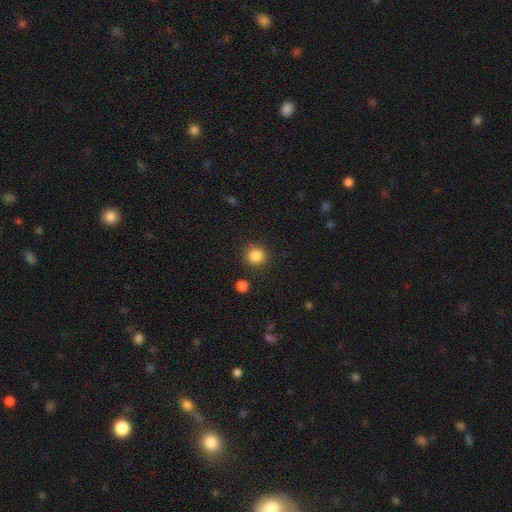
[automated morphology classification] The model was most divided on "smooth or featured": smooth: 85%, star or artifact: 11%, featured or disk: 4%. More confident: how rounded — round (91%); merging — none (89%).